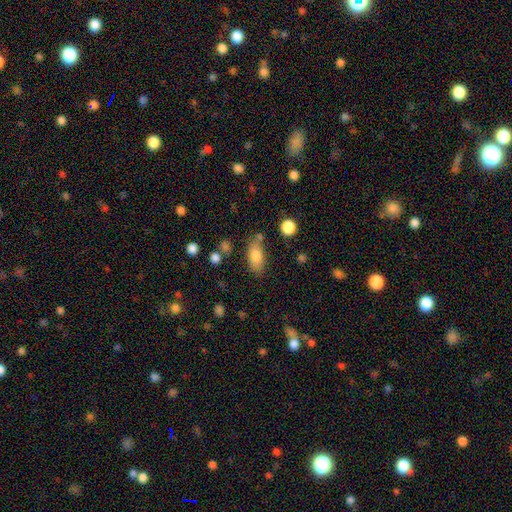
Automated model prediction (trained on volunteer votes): A smooth galaxy with no disk features (79%) that is in between round and cigar-shaped (85%).

Vote fractions:
- Smooth or featured? smooth: 79% / featured or disk: 12% / star or artifact: 8%
- How rounded? in between: 85% / cigar-shaped: 10% / round: 5%
- Merging? none: 67% / minor disturbance: 17% / merger: 10% / major disturbance: 6%